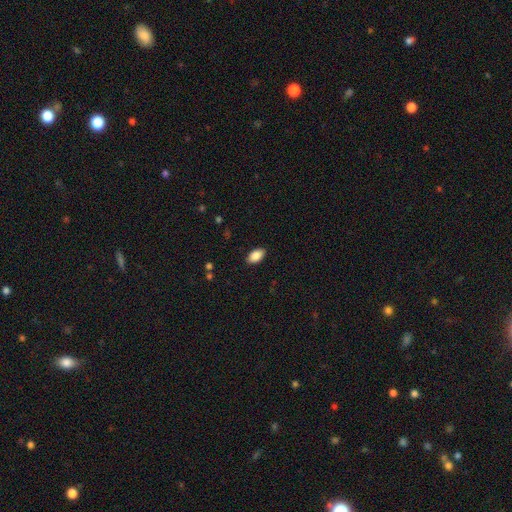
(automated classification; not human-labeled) This appears to be a smooth galaxy with no disk features (88%) that is in between round and cigar-shaped (94%). Merging: none (89%).